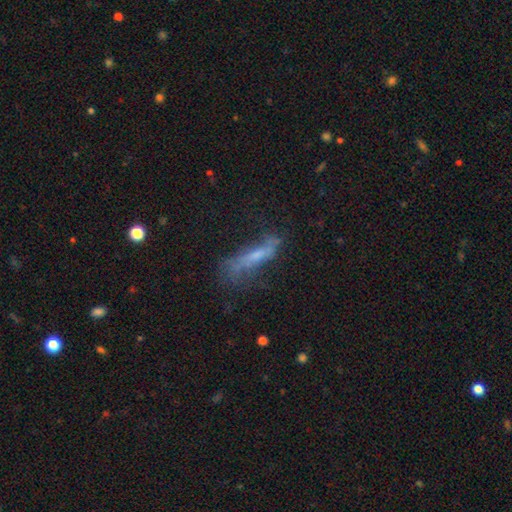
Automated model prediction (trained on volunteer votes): A featured or disk galaxy (52%). Merging: none (46%).